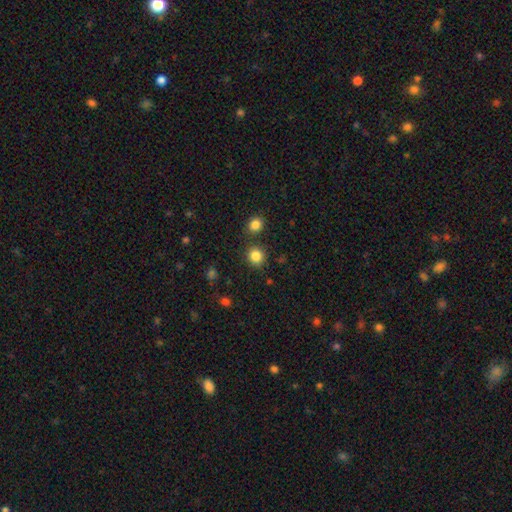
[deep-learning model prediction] This is clearly a smooth galaxy (84%). How rounded: clearly round (87%). Merging: clearly none (84%).